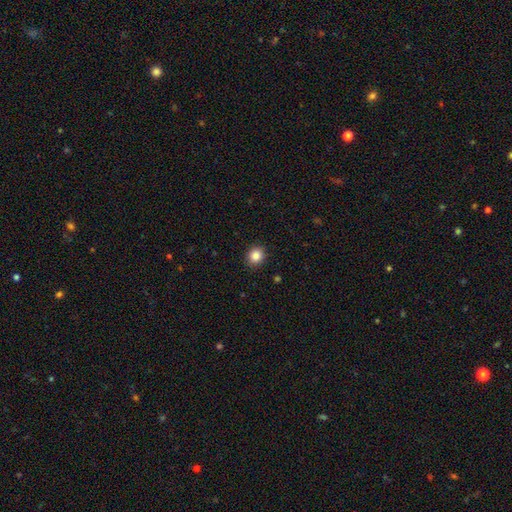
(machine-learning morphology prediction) The model was most divided on "how rounded": round: 75%, in between: 24%, cigar-shaped: 1%. More confident: merging — none (91%); smooth or featured — smooth (85%).